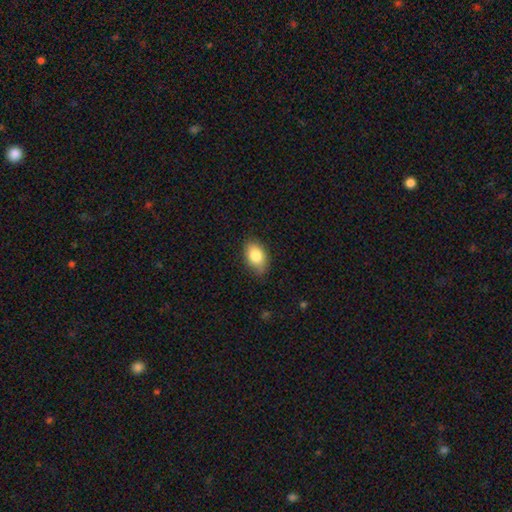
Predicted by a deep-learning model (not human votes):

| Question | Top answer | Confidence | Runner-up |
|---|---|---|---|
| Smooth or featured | smooth | 83% | featured or disk (10%) |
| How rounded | in between | 89% | round (10%) |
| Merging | none | 77% | minor disturbance (19%) |